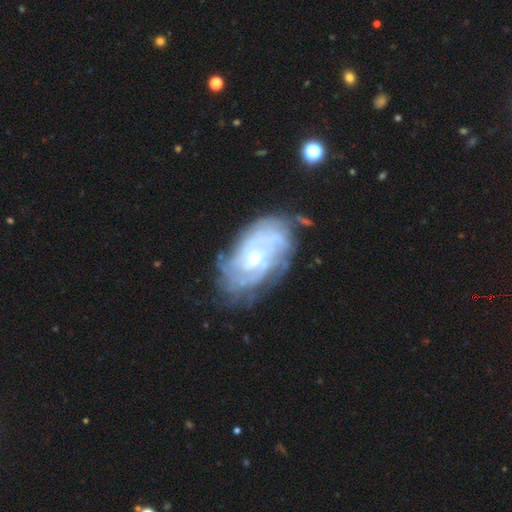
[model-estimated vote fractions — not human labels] A featured or disk galaxy (80%) with no bar (64%), tight (67%) spiral arms (85%) and a moderate central bulge (53%). Merging: none (64%).